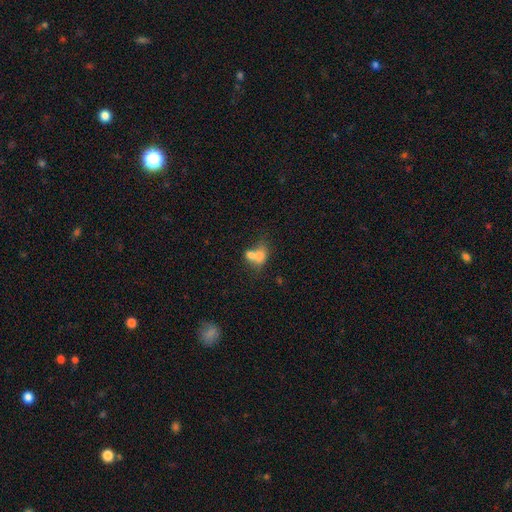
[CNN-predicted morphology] Smooth or featured? Predicted: smooth (p=0.70). How rounded? Predicted: in between (p=0.62). Merging? Predicted: merger (p=0.65).